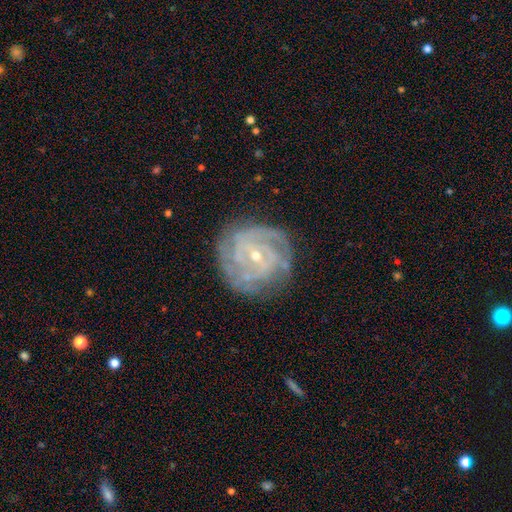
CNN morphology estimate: Smooth or featured: featured or disk — 86% (smooth — 8%)
Edge-on disk: no — 97% (yes — 3%)
Bar: no — 46% (weak — 39%)
Spiral arms: yes — 95% (no — 5%)
Spiral winding: tight — 71% (medium — 24%)
Spiral arm count: can't tell — 27% (2 — 26%)
Bulge size: small — 70% (moderate — 27%)
Merging: none — 77% (minor disturbance — 16%)